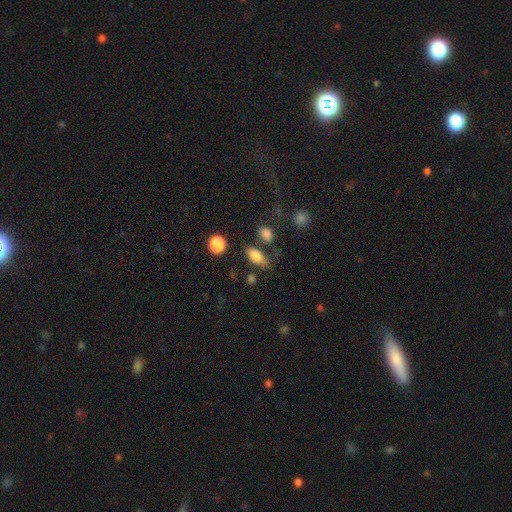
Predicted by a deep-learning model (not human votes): A smooth galaxy with no disk features (76%) that is in between round and cigar-shaped (81%).

Vote fractions:
- Smooth or featured? smooth: 76% / featured or disk: 15% / star or artifact: 9%
- How rounded? in between: 81% / round: 10% / cigar-shaped: 9%
- Merging? none: 66% / minor disturbance: 19% / merger: 9% / major disturbance: 7%